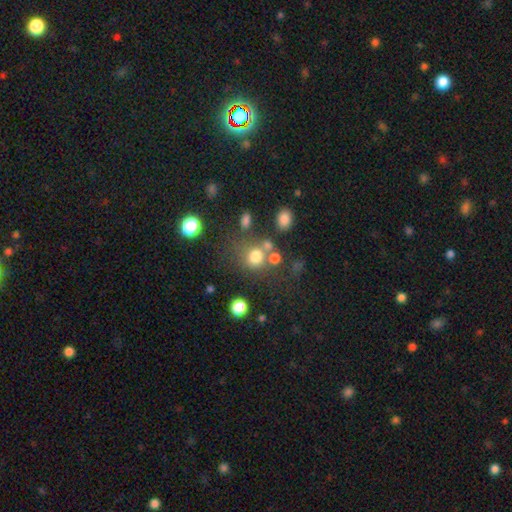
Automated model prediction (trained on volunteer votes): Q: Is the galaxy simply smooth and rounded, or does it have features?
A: smooth — 73%.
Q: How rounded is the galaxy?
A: round — 81%.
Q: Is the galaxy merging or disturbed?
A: none — 55%.